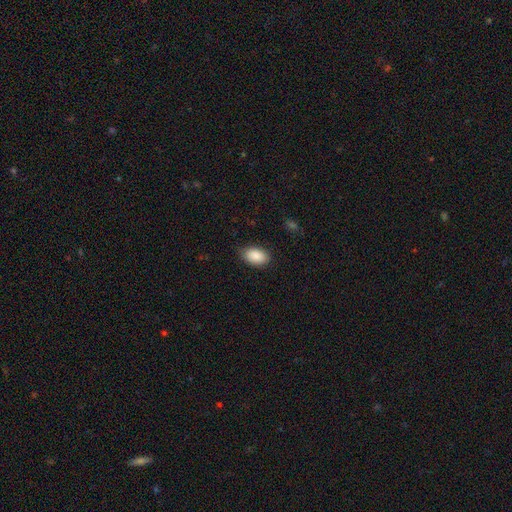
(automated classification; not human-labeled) Q: Smooth or featured?
A: smooth (89%); runner-up: star or artifact (7%)
Q: How rounded?
A: in between (92%); runner-up: round (7%)
Q: Merging?
A: none (82%); runner-up: minor disturbance (14%)